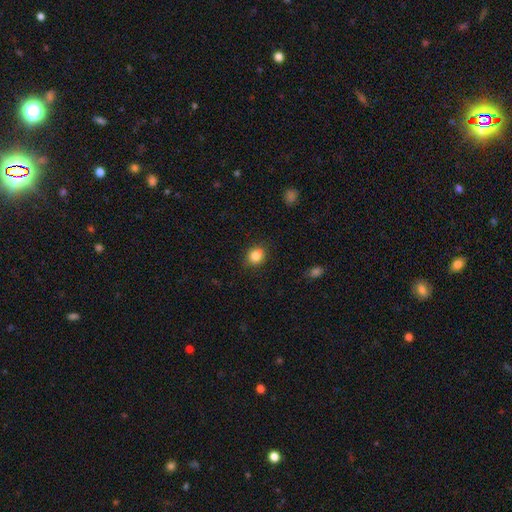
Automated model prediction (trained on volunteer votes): smooth 85%, star or artifact 10%, featured or disk 5%. Down the decision tree: how rounded — round (69%); merging — none (85%).